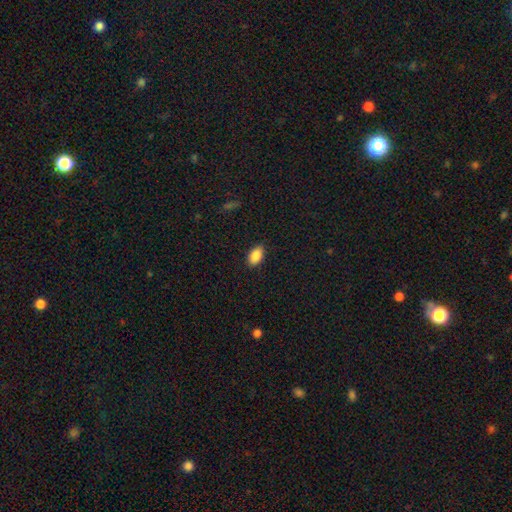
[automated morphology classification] type=smooth (88%); roundness=in between (92%); merging=none (87%).